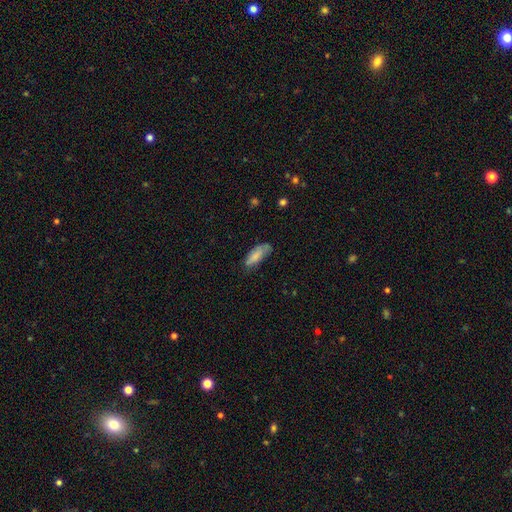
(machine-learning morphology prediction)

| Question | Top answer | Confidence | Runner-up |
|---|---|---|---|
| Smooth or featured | smooth | 77% | featured or disk (15%) |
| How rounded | in between | 69% | cigar-shaped (29%) |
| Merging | none | 54% | minor disturbance (33%) |